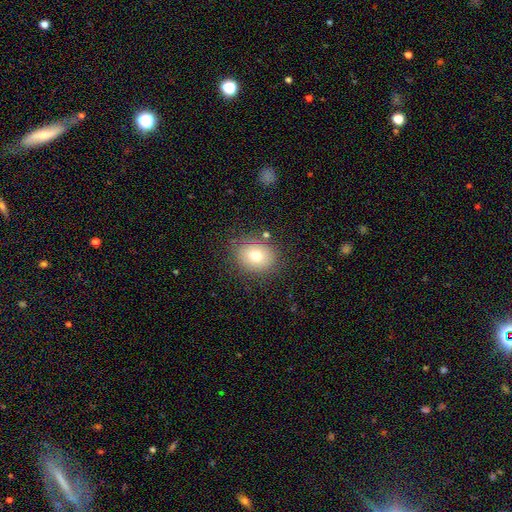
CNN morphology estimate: A smooth galaxy with no disk features (72%) that is round (61%). Merging: none (81%).